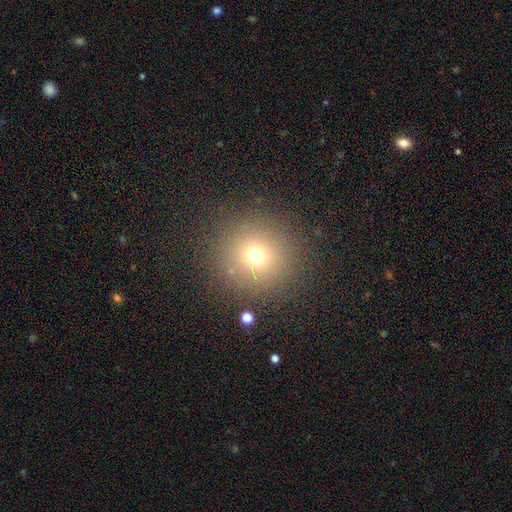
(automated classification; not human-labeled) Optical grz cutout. It shows a smooth galaxy with no disk features (70%) that is round (95%). Merging: none (88%).